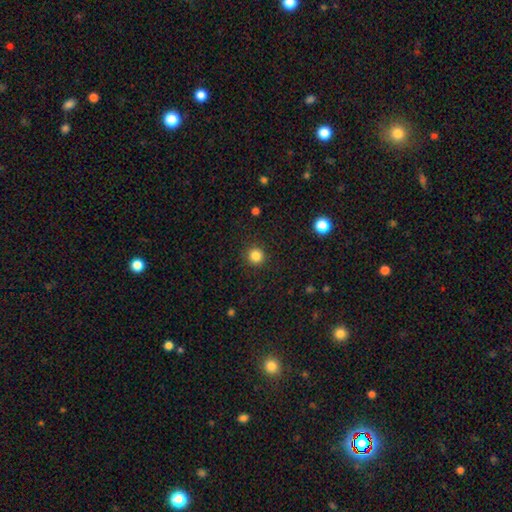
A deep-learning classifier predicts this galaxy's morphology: type=smooth (84%); roundness=round (95%); merging=none (92%).